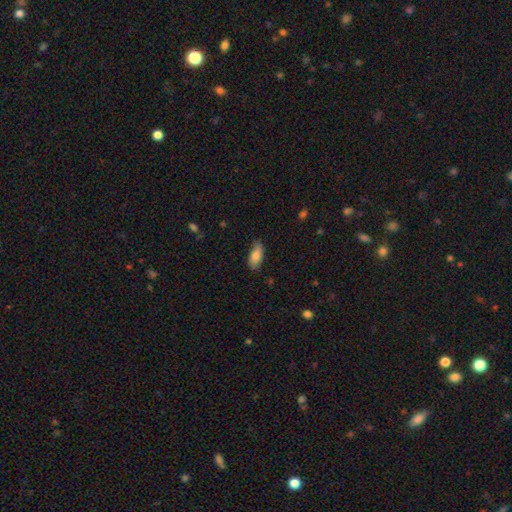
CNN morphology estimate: type=smooth (80%); roundness=in between (86%); merging=none (76%).